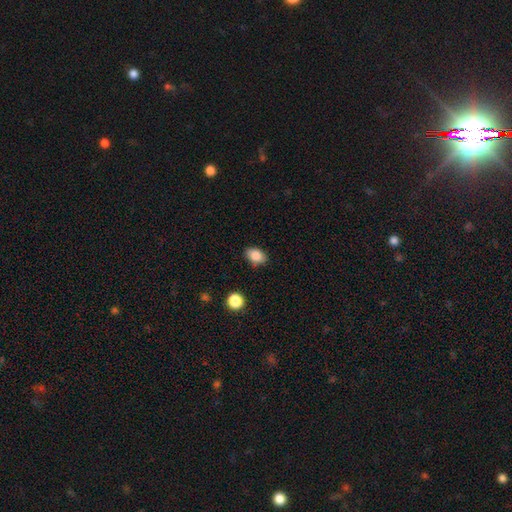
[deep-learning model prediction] Overall: smooth (85%). How rounded: in between (81%). Merging: none (85%).